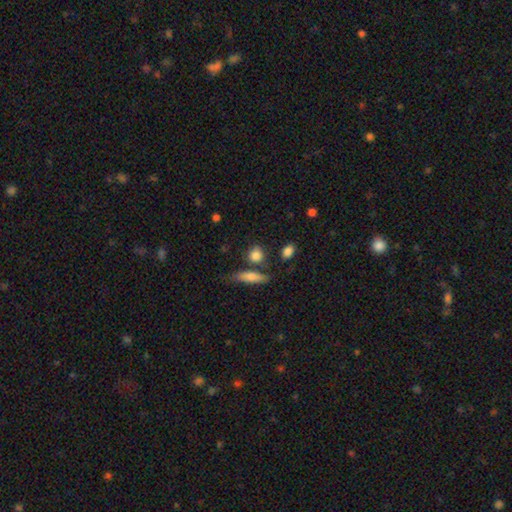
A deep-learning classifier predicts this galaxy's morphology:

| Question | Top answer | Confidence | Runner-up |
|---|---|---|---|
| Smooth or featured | smooth | 82% | featured or disk (10%) |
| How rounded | round | 64% | in between (27%) |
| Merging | none | 69% | merger (13%) |